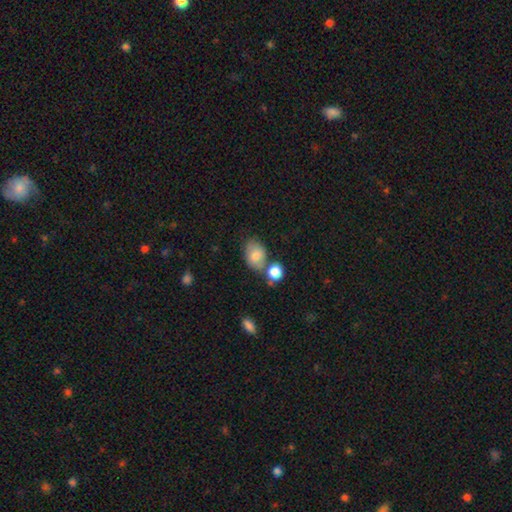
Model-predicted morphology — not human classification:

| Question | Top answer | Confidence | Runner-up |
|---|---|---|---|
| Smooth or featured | smooth | 78% | featured or disk (14%) |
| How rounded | in between | 74% | round (24%) |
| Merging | none | 49% | merger (26%) |